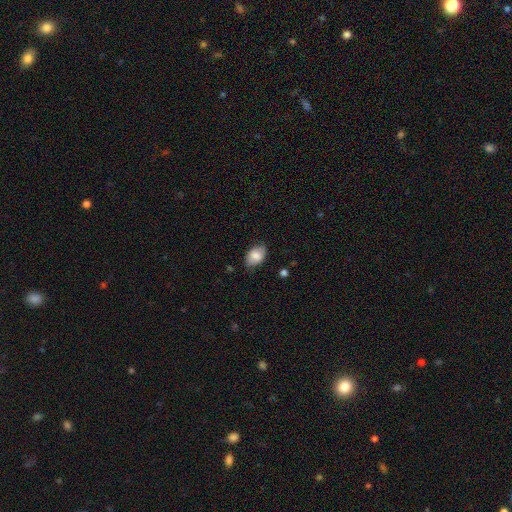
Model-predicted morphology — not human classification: A smooth galaxy with no disk features (78%) that is in between round and cigar-shaped (87%). Merging: none (76%).